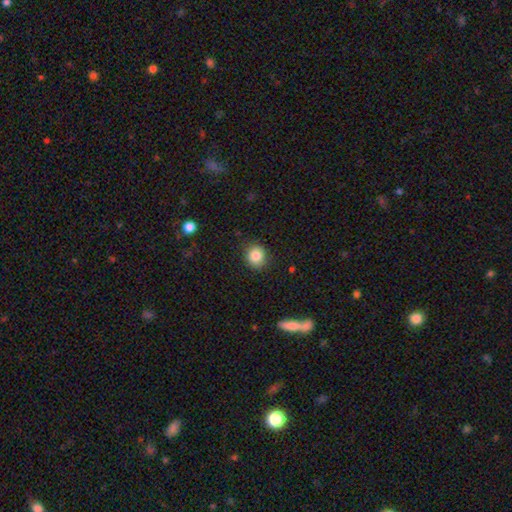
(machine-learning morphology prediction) A smooth galaxy with no disk features (85%) that is round (81%). Merging: none (87%).